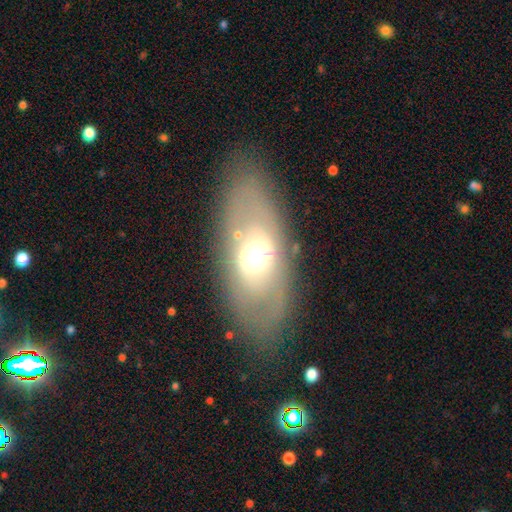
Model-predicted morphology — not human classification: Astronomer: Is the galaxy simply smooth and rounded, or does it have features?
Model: featured or disk — 53% (runner-up: smooth, 39%).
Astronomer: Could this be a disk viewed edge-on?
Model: no — 83%.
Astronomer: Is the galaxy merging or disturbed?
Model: none — 79%.